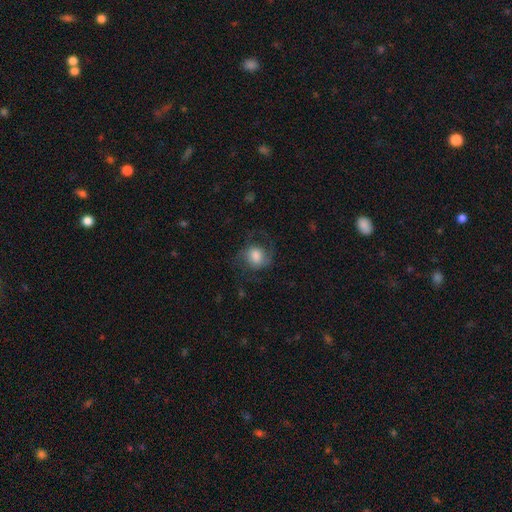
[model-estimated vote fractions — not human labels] Morphology: type=smooth (55%); roundness=round (67%); merging=none (54%).